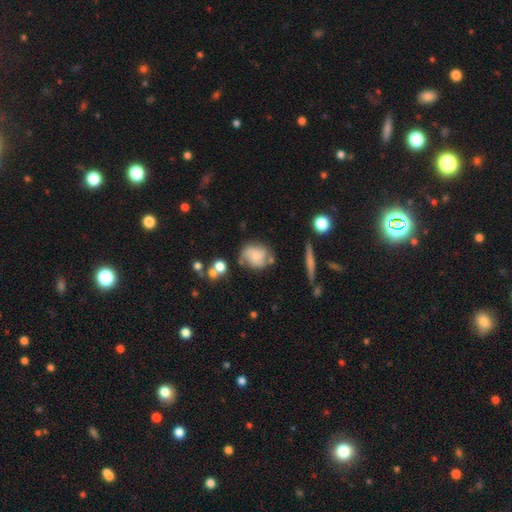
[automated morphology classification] smooth_or_featured: featured or disk (p=0.51) [alt: smooth p=0.41]
disk_edge_on: no (p=0.96) [alt: yes p=0.04]
merging: none (p=0.59) [alt: minor disturbance p=0.23]